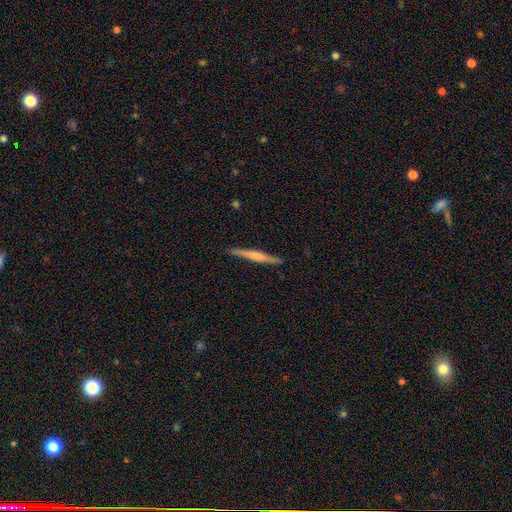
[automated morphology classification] Smooth or featured?
  - featured or disk: 54% *
  - smooth: 40%
  - star or artifact: 5%
Edge-on disk?
  - yes: 98% *
  - no: 2%
Edge-on bulge?
  - rounded: 45% *
  - none: 35%
  - boxy: 21%
Merging?
  - none: 90% *
  - minor disturbance: 7%
  - major disturbance: 1%
  - merger: 1%